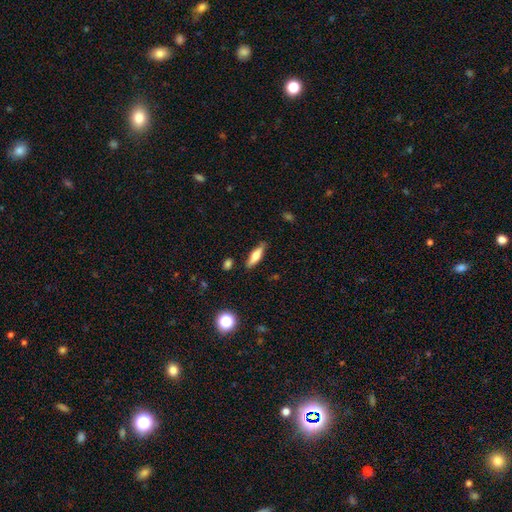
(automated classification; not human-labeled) This is possibly a smooth galaxy (57%). How rounded: possibly cigar-shaped (58%). Merging: clearly none (86%).